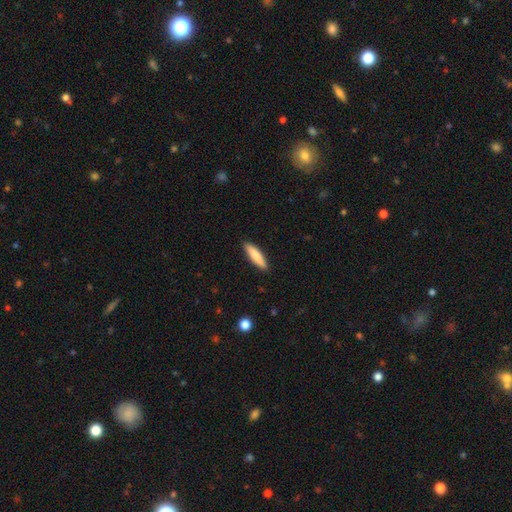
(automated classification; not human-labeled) smooth-or-featured: smooth: 82% | featured or disk: 12% | star or artifact: 6%
  how-rounded: cigar-shaped: 76% | in between: 23% | round: 1%
  merging: none: 90% | minor disturbance: 8% | major disturbance: 2% | merger: 1%